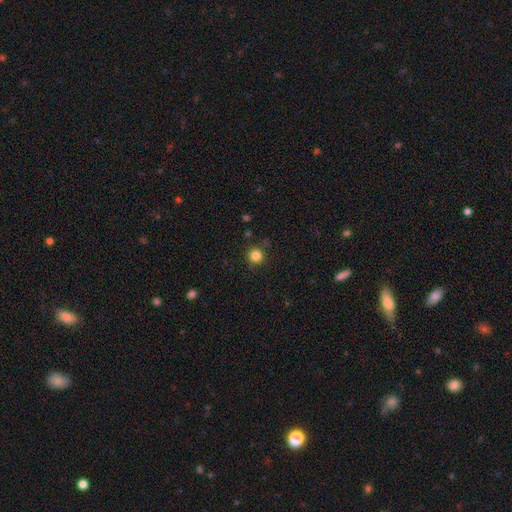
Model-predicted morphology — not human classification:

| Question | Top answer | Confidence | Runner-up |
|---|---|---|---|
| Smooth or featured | smooth | 83% | star or artifact (12%) |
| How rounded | round | 94% | in between (5%) |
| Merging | none | 87% | minor disturbance (8%) |